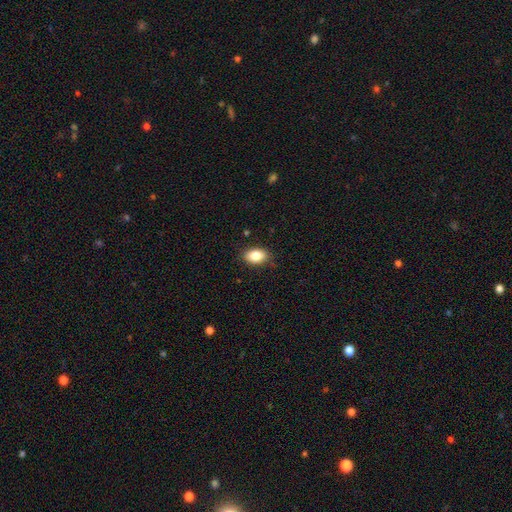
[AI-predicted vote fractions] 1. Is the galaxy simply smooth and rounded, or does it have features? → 85% smooth, 8% star or artifact, 8% featured or disk.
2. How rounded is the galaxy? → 88% in between, 10% round, 2% cigar-shaped.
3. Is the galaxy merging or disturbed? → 86% none, 11% minor disturbance, 2% major disturbance, 1% merger.